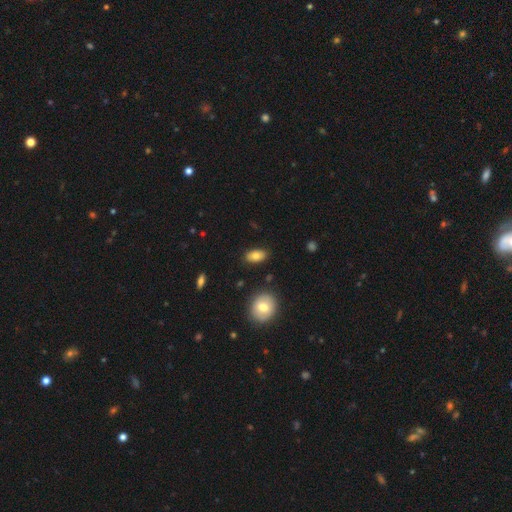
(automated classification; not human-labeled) Smooth or featured? smooth (80%)
How rounded? in between (91%)
Merging? none (86%)